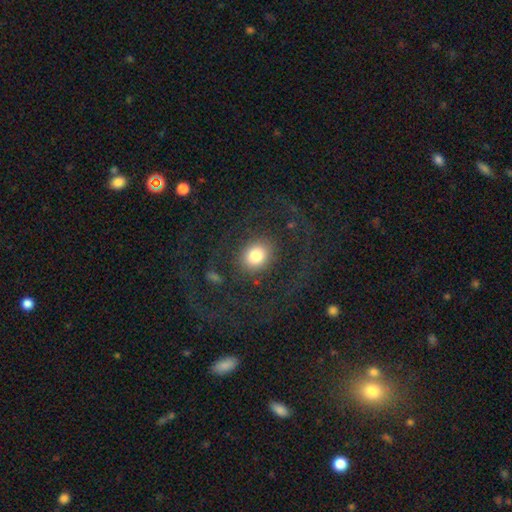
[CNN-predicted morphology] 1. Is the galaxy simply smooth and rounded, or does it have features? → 71% smooth, 18% featured or disk, 12% star or artifact.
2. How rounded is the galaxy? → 62% round, 37% in between, 1% cigar-shaped.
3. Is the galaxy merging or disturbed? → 72% none, 14% major disturbance, 11% minor disturbance, 3% merger.